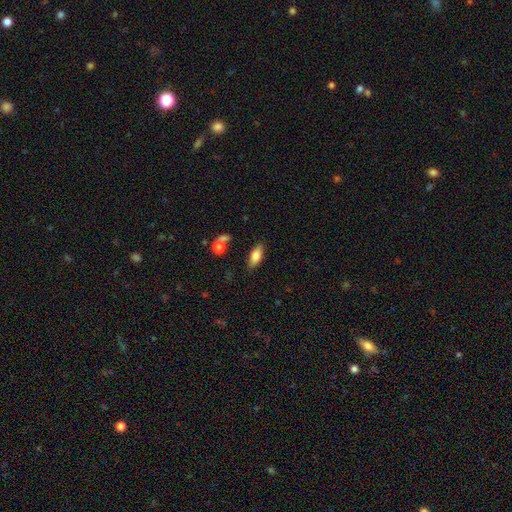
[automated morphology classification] Smooth or featured? smooth (79%)
How rounded? in between (83%)
Merging? none (81%)